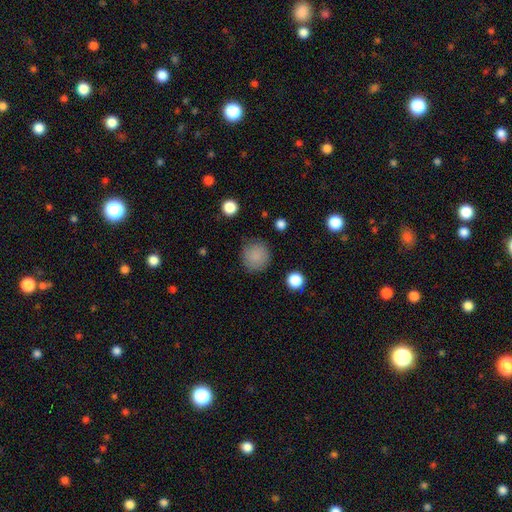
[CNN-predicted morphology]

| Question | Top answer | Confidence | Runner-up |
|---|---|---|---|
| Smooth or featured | smooth | 86% | star or artifact (10%) |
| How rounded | round | 93% | in between (6%) |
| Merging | none | 82% | minor disturbance (12%) |